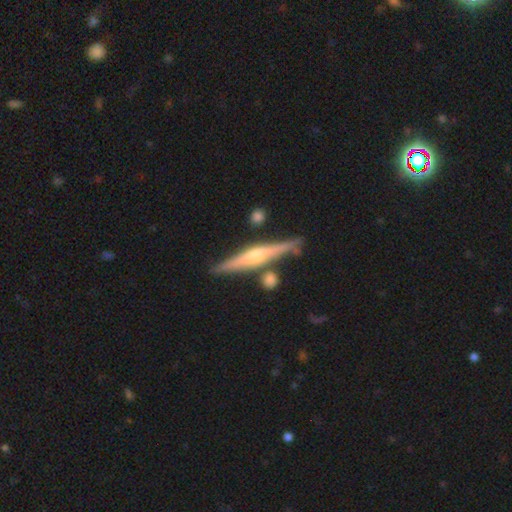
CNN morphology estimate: A featured or disk galaxy (78%) viewed edge-on (97%) with a rounded central bulge (79%). Merging: none (82%).